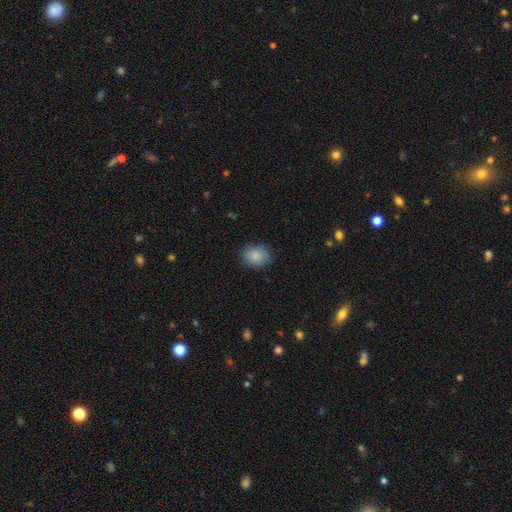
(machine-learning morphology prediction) smooth_or_featured: smooth (p=0.87) [alt: star or artifact p=0.08]
how_rounded: in between (p=0.57) [alt: round p=0.42]
merging: none (p=0.78) [alt: minor disturbance p=0.17]